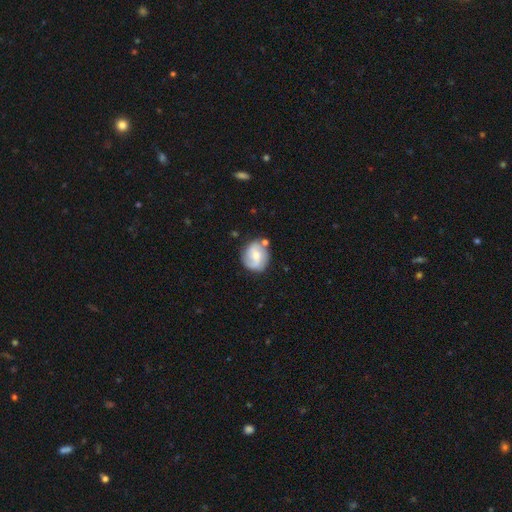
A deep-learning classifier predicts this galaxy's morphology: This appears to be a featured or disk galaxy (55%) with no bar (50%), spiral arms (83%) and a moderate central bulge (48%). Merging: none (68%).